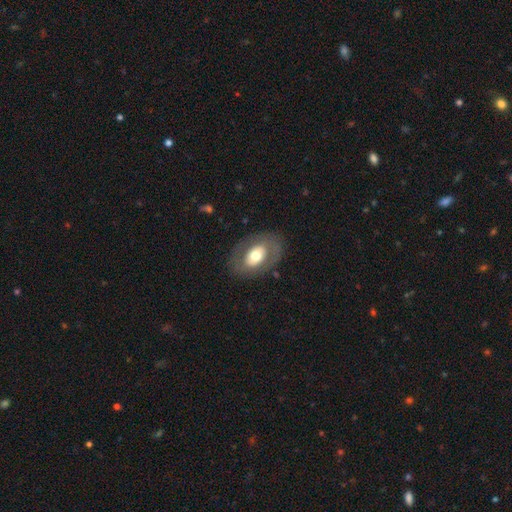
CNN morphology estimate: Q: Smooth or featured?
A: smooth (49%); runner-up: featured or disk (45%)
Q: Merging?
A: none (79%); runner-up: minor disturbance (12%)